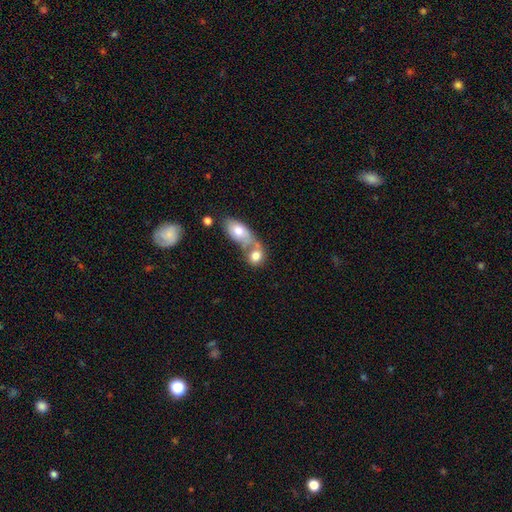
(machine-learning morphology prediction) Q: Smooth or featured?
A: smooth (74%); runner-up: featured or disk (18%)
Q: How rounded?
A: in between (57%); runner-up: round (40%)
Q: Merging?
A: merger (62%); runner-up: none (25%)